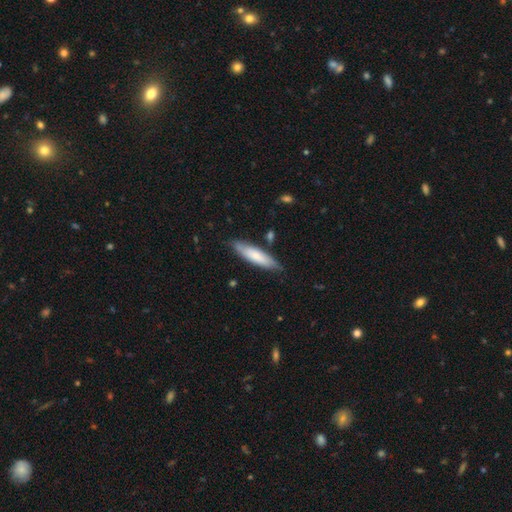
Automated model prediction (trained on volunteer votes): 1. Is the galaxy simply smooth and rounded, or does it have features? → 71% smooth, 24% featured or disk, 5% star or artifact.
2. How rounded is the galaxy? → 69% cigar-shaped, 29% in between, 1% round.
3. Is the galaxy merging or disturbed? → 80% none, 15% minor disturbance, 3% merger, 2% major disturbance.